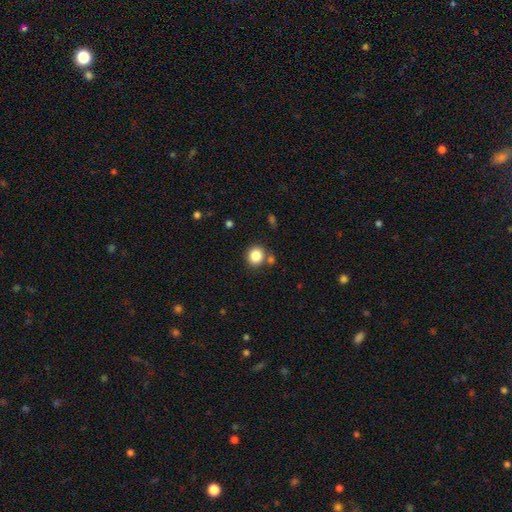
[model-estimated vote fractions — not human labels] Overall: smooth (85%). How rounded: round (86%). Merging: none (79%).